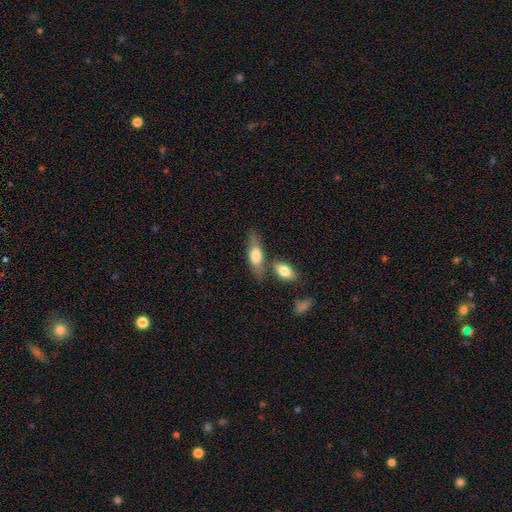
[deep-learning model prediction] Overall: smooth (60%; featured or disk 34%). How rounded: in between (59%; cigar-shaped 37%). Merging: none (55%; merger 25%).